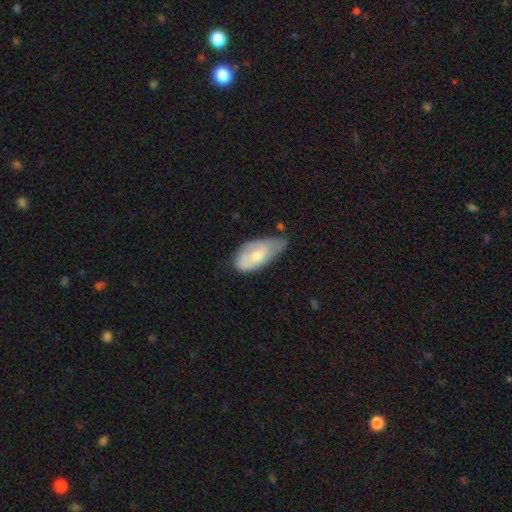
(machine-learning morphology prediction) smooth 62%, featured or disk 32%, star or artifact 6%. Down the decision tree: how rounded — in between (92%); merging — minor disturbance (46%).